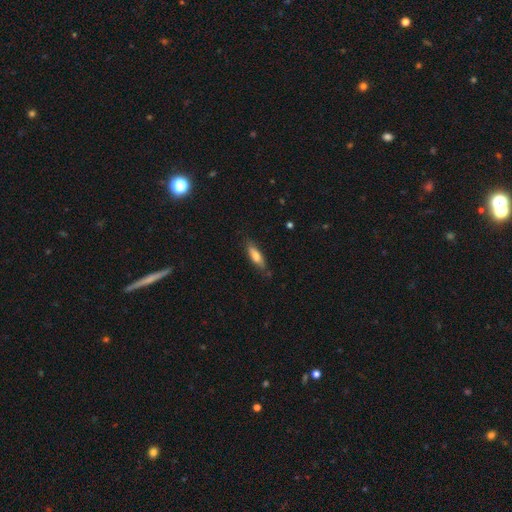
A smooth galaxy with no disk features (70%) that is cigar-shaped (57%). Merging: none (84%).